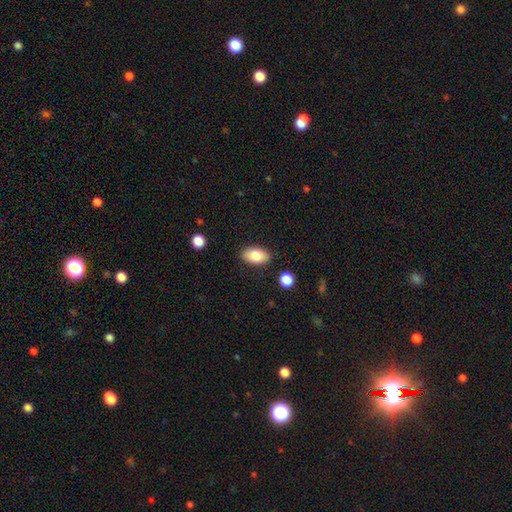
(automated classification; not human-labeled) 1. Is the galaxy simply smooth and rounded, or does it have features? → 81% smooth, 12% featured or disk, 7% star or artifact.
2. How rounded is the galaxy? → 92% in between, 5% round, 2% cigar-shaped.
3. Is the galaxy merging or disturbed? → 86% none, 10% minor disturbance, 2% major disturbance, 2% merger.